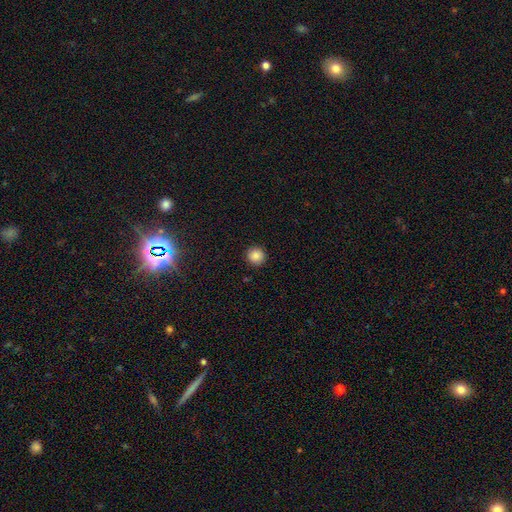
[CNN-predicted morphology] A smooth galaxy with no disk features (85%) that is round (95%).

Vote fractions:
- Smooth or featured? smooth: 85% / star or artifact: 10% / featured or disk: 4%
- How rounded? round: 95% / in between: 4% / cigar-shaped: 1%
- Merging? none: 92% / minor disturbance: 5% / major disturbance: 2% / merger: 1%